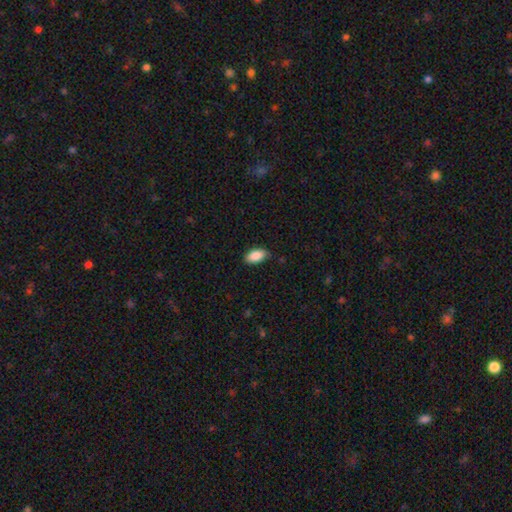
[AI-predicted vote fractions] This appears to be a smooth galaxy with no disk features (88%) that is in between round and cigar-shaped (93%). Merging: none (81%).